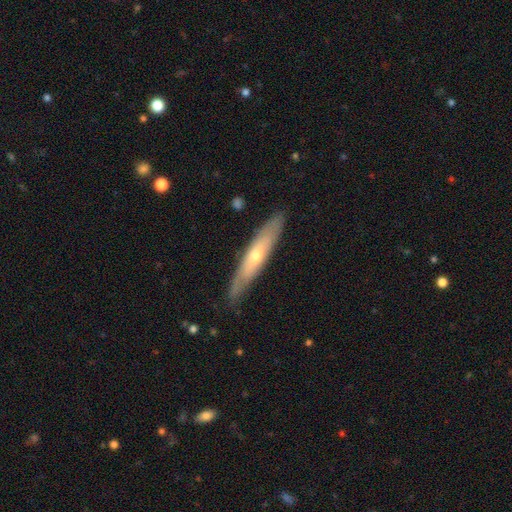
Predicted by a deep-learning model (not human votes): Smooth or featured? featured or disk (56%)
Edge-on disk? yes (70%)
Merging? none (83%)